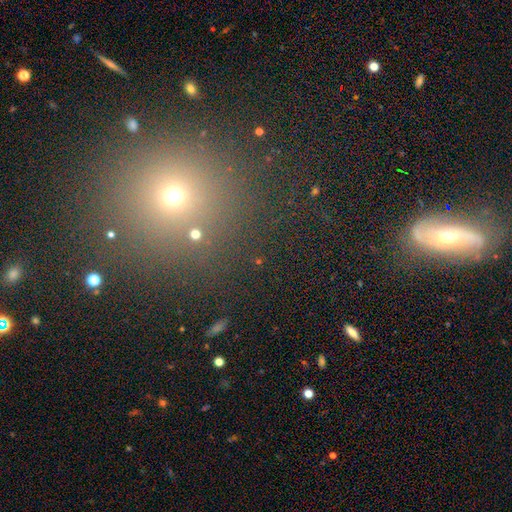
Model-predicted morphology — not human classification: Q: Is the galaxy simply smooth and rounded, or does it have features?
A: star or artifact — 47%.